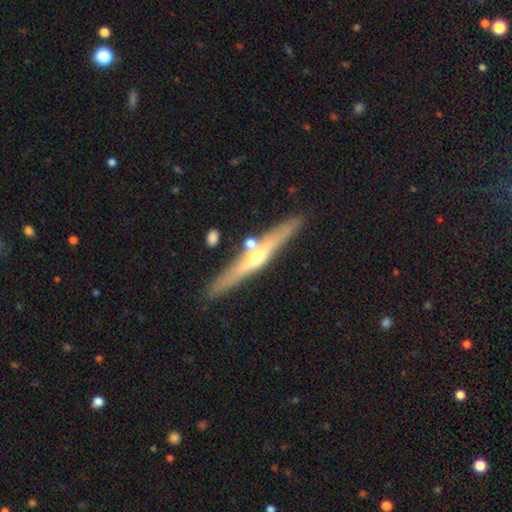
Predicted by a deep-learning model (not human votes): This is likely a featured or disk galaxy (66%). It is clearly viewed edge-on (95%). Edge-on bulge: clearly rounded (89%). Merging: clearly none (83%).